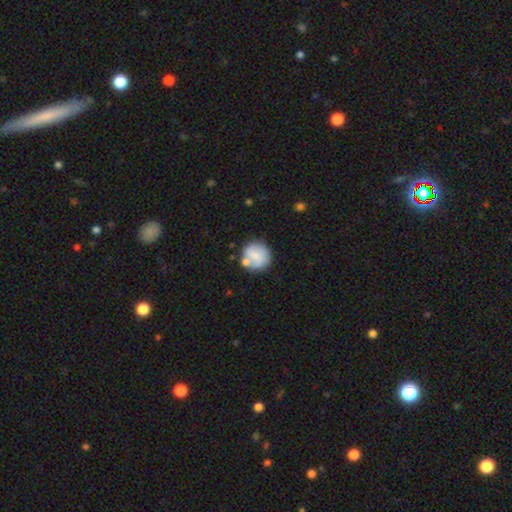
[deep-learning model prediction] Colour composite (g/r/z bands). It shows a smooth galaxy with no disk features (58%) that is round (89%). Merging: none (61%).